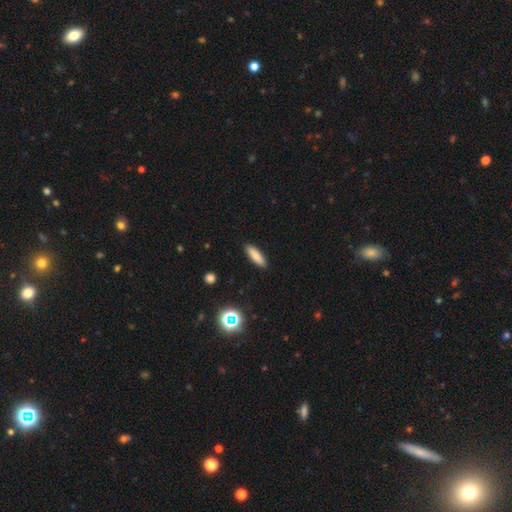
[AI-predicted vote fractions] Smooth or featured? smooth (81%)
How rounded? cigar-shaped (49%)
Merging? none (90%)